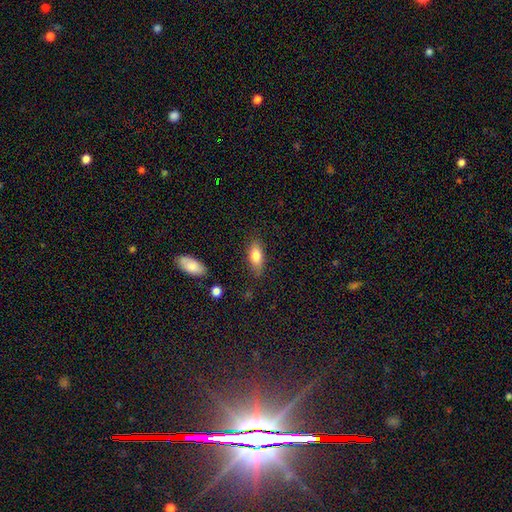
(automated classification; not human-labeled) Smooth or featured: smooth — 80% (featured or disk — 13%)
How rounded: in between — 83% (cigar-shaped — 13%)
Merging: none — 78% (minor disturbance — 16%)